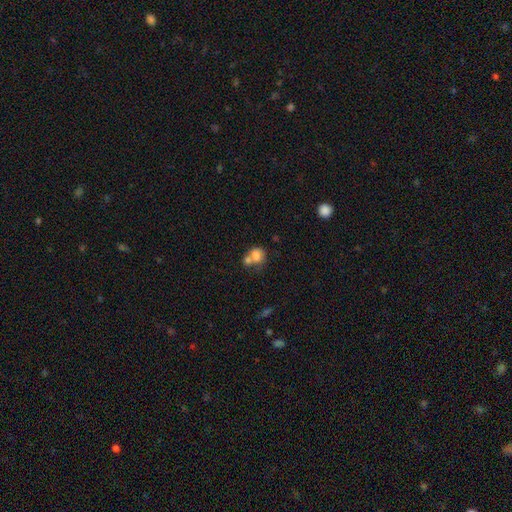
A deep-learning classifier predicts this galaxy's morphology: The model was most divided on "how rounded": round: 53%, in between: 46%, cigar-shaped: 1%. More confident: smooth or featured — smooth (74%); merging — merger (56%).